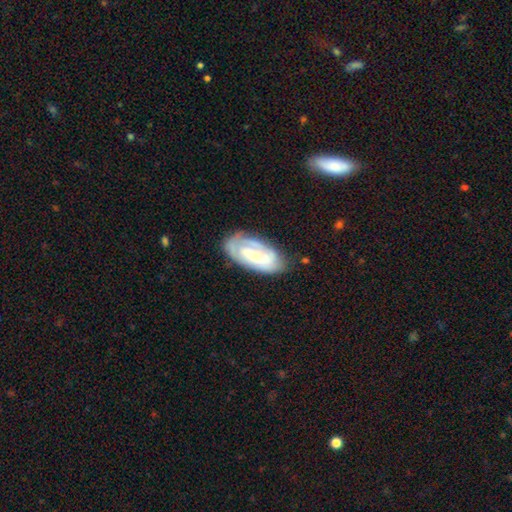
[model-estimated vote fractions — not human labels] Smooth or featured?
  - featured or disk: 54% *
  - smooth: 39%
  - star or artifact: 7%
Edge-on disk?
  - no: 93% *
  - yes: 7%
Bar?
  - no: 69% *
  - weak: 23%
  - strong: 7%
Spiral arms?
  - yes: 67% *
  - no: 33%
Bulge size?
  - small: 49% *
  - moderate: 23%
  - none: 19%
  - large: 7%
  - dominant: 2%
Merging?
  - none: 63% *
  - minor disturbance: 24%
  - major disturbance: 9%
  - merger: 3%